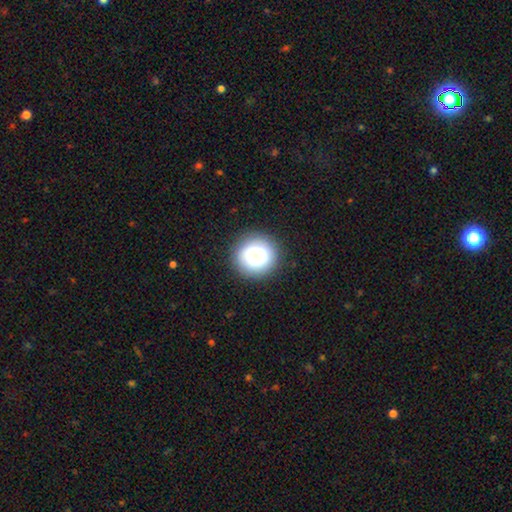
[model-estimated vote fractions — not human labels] This appears to be a smooth galaxy with no disk features (72%) that is round (91%). Merging: none (87%).